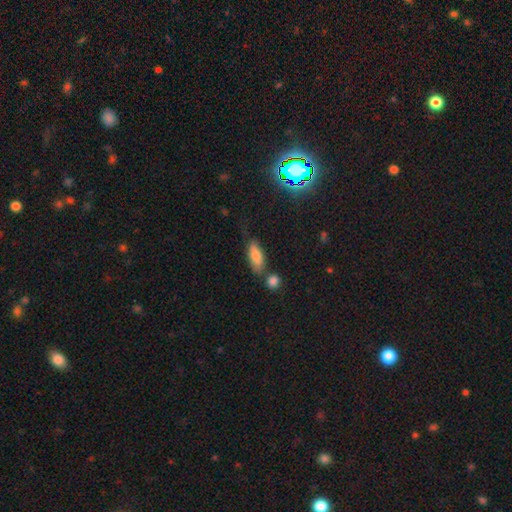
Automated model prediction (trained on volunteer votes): smooth-or-featured: smooth: 75% | featured or disk: 15% | star or artifact: 10%
  how-rounded: in between: 71% | cigar-shaped: 26% | round: 3%
  merging: none: 61% | minor disturbance: 20% | merger: 13% | major disturbance: 6%